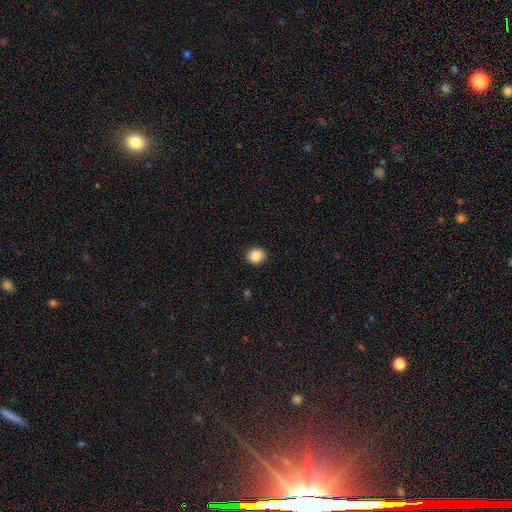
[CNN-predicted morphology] Smooth or featured: smooth — 88% (star or artifact — 9%)
How rounded: round — 73% (in between — 26%)
Merging: none — 91% (minor disturbance — 6%)